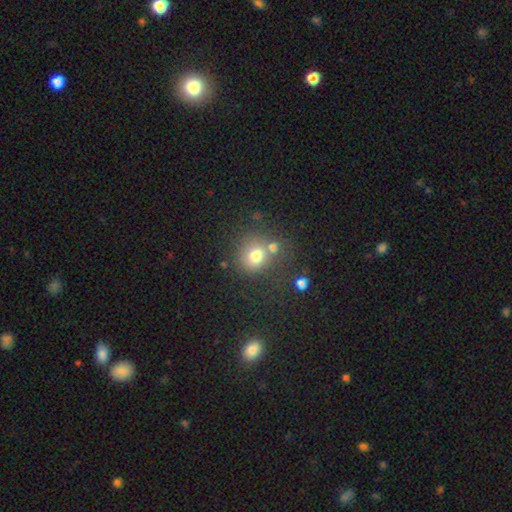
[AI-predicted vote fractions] Overall: smooth (74%). How rounded: round (83%). Merging: none (56%; merger 28%).